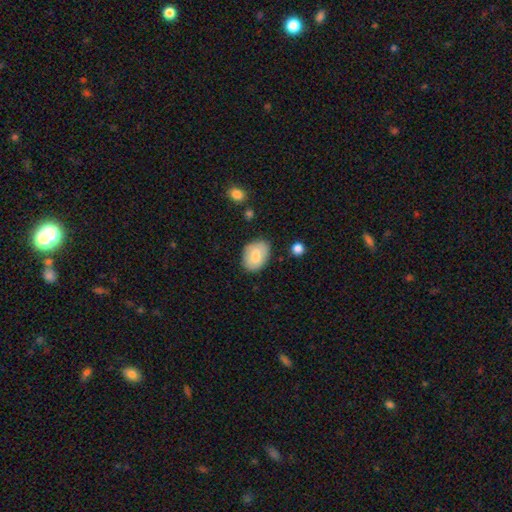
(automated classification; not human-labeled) Overall: smooth (69%). How rounded: in between (81%). Merging: none (76%).